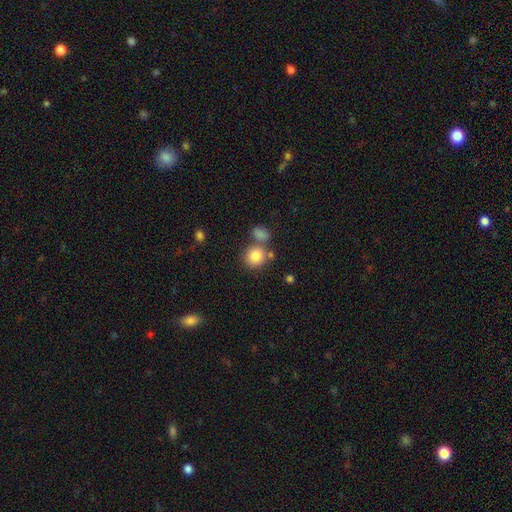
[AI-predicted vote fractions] This appears to be a smooth galaxy with no disk features (84%) that is round (82%). Merging: none (59%).